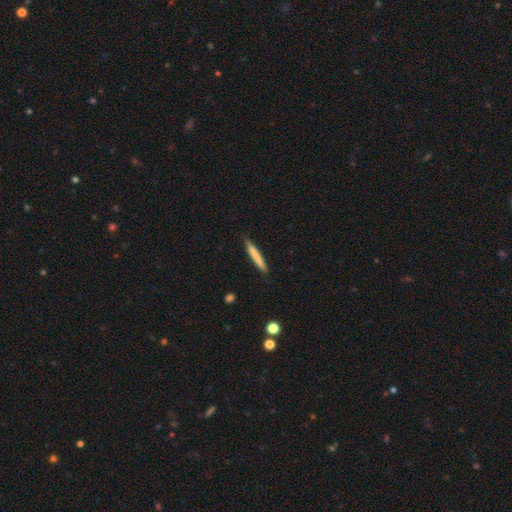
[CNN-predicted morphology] Smooth or featured? smooth (75%)
How rounded? cigar-shaped (96%)
Merging? none (89%)